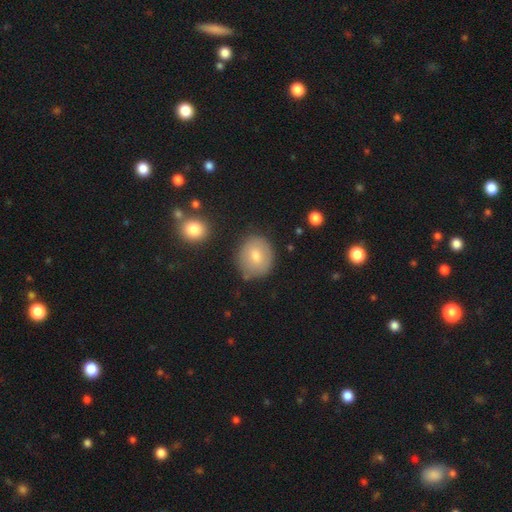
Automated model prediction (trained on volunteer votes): smooth 70%, featured or disk 20%, star or artifact 10%. Down the decision tree: how rounded — round (79%); merging — none (82%).